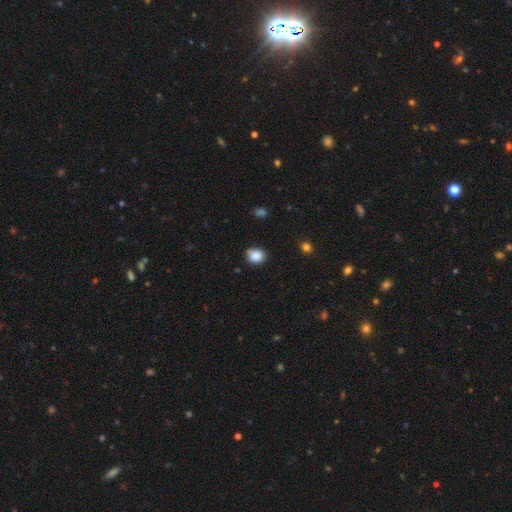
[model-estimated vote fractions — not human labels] The model was most divided on "how rounded": round: 69%, in between: 30%, cigar-shaped: 1%. More confident: smooth or featured — smooth (87%); merging — none (75%).